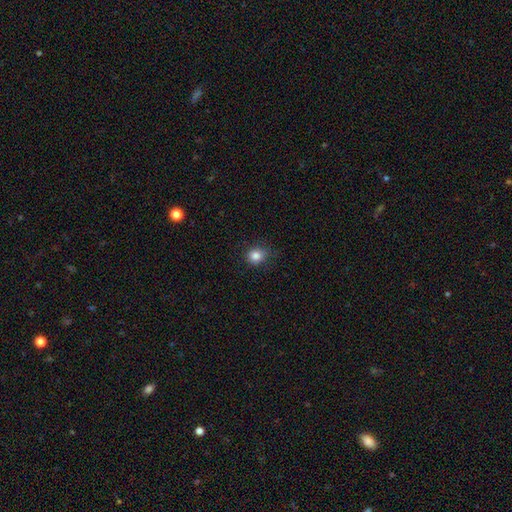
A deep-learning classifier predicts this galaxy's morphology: Smooth or featured? Predicted: smooth (p=0.83). How rounded? Predicted: round (p=0.77). Merging? Predicted: none (p=0.78).